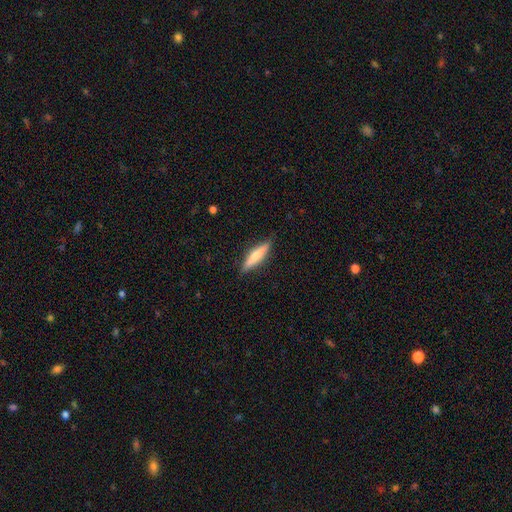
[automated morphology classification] The model was most divided on "smooth or featured": smooth: 63%, featured or disk: 31%, star or artifact: 6%. More confident: merging — none (88%); how rounded — cigar-shaped (85%).